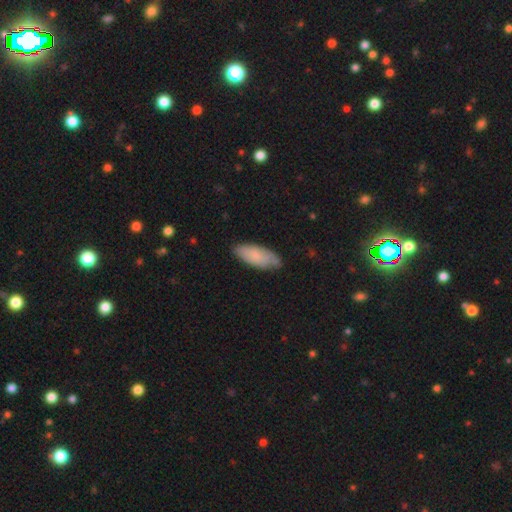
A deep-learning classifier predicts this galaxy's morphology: This appears to be a smooth galaxy with no disk features (77%) that is in between round and cigar-shaped (81%). Merging: none (72%).